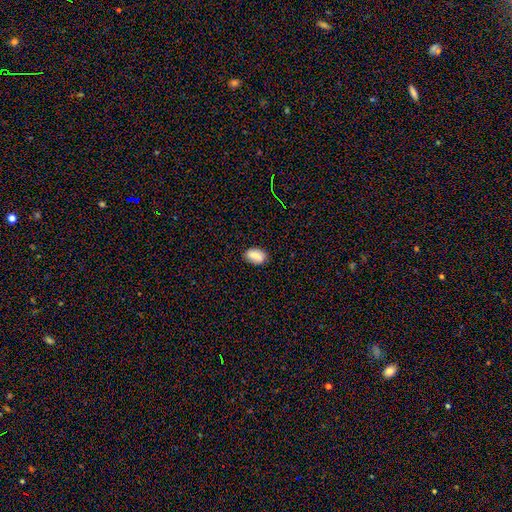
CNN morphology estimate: smooth_or_featured: smooth (p=0.83) [alt: featured or disk p=0.09]
how_rounded: in between (p=0.88) [alt: round p=0.10]
merging: none (p=0.84) [alt: minor disturbance p=0.12]